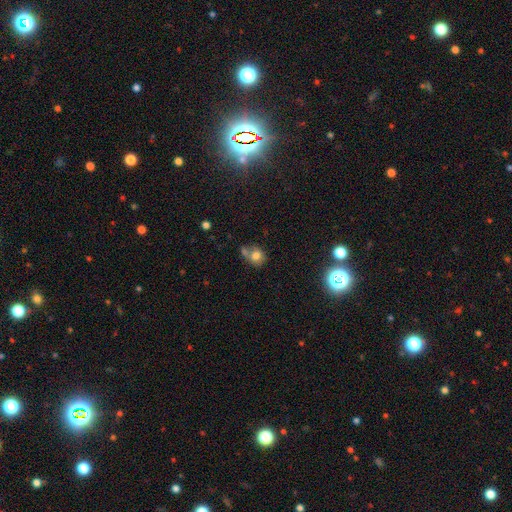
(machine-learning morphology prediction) A smooth galaxy with no disk features (75%) that is round (72%).

Vote fractions:
- Smooth or featured? smooth: 75% / featured or disk: 13% / star or artifact: 12%
- How rounded? round: 72% / in between: 27% / cigar-shaped: 1%
- Merging? none: 43% / merger: 35% / minor disturbance: 15% / major disturbance: 7%